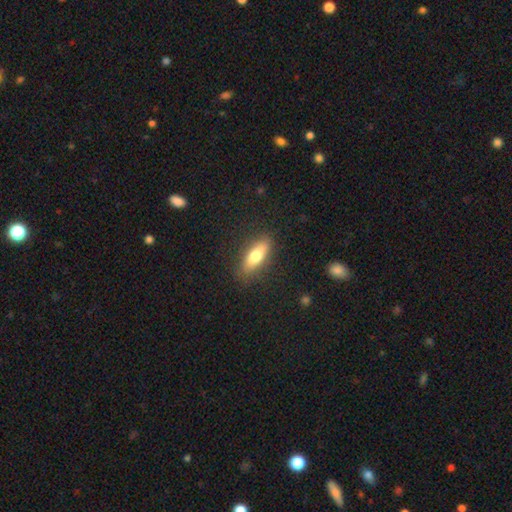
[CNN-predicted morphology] smooth_or_featured: smooth (p=0.68) [alt: featured or disk p=0.25]
how_rounded: in between (p=0.53) [alt: cigar-shaped p=0.45]
merging: none (p=0.86) [alt: minor disturbance p=0.10]